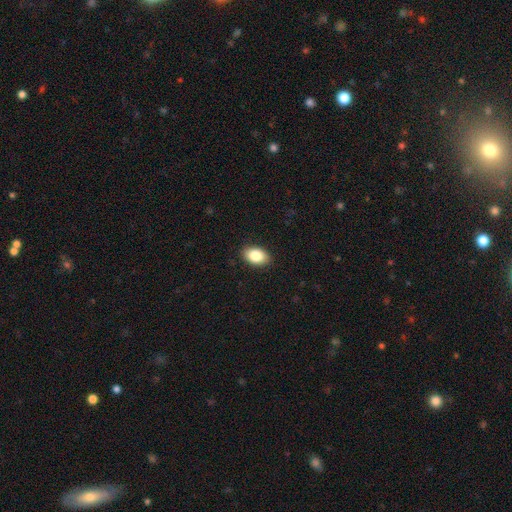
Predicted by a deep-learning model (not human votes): Smooth or featured: smooth — 87% (star or artifact — 7%)
How rounded: in between — 87% (round — 12%)
Merging: none — 89% (minor disturbance — 8%)